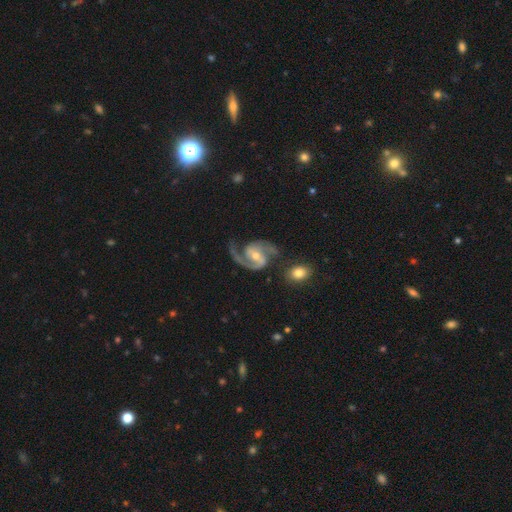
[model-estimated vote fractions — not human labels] featured or disk 93%, star or artifact 4%, smooth 3%. Down the decision tree: edge-on disk — no (98%); bar — weak (44%); spiral arms — yes (98%); spiral arm count — 2 (91%); spiral winding — medium (62%); bulge size — moderate (58%); merging — none (67%).